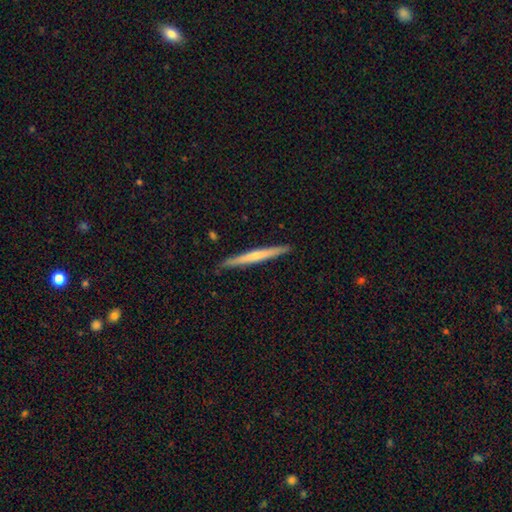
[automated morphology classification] smooth-or-featured: smooth: 49% | featured or disk: 46% | star or artifact: 5%
  merging: none: 90% | minor disturbance: 7% | major disturbance: 1% | merger: 1%